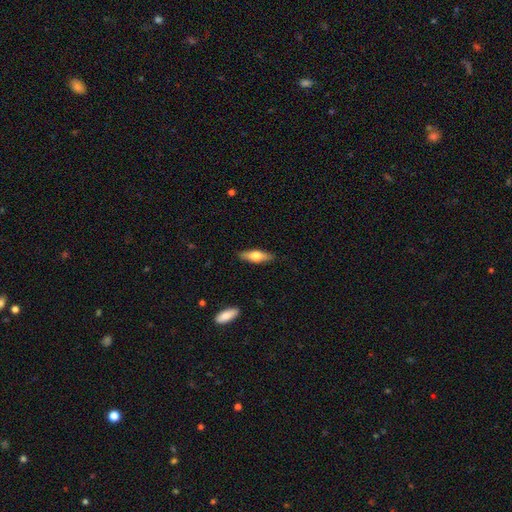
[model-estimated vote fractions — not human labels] The model was most divided on "how rounded": cigar-shaped: 50%, in between: 48%, round: 3%. More confident: merging — none (88%); smooth or featured — smooth (55%).